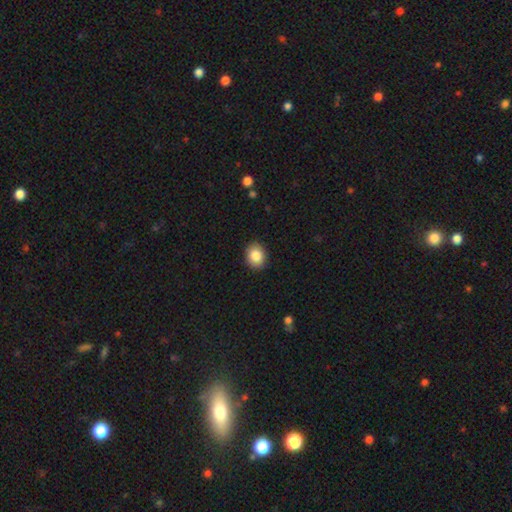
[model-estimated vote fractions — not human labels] A smooth galaxy with no disk features (85%) that is round (53%). Merging: none (89%).